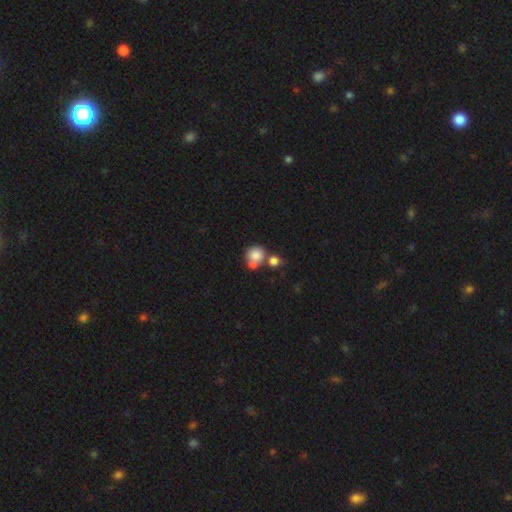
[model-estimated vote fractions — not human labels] Morphology: type=smooth (76%); roundness=round (82%); merging=merger (43%).